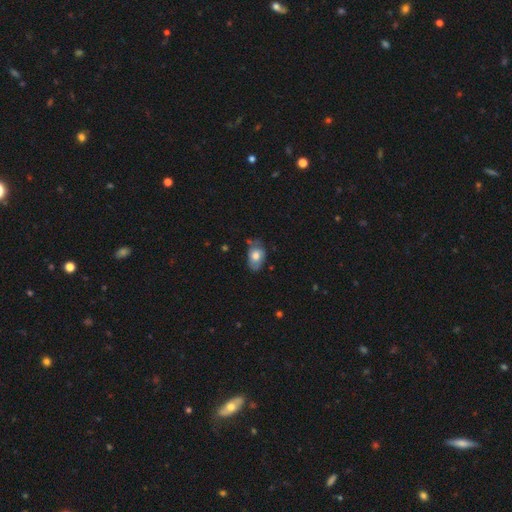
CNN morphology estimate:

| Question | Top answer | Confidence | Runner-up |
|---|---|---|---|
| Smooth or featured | smooth | 67% | featured or disk (25%) |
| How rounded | in between | 84% | round (15%) |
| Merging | none | 56% | minor disturbance (32%) |